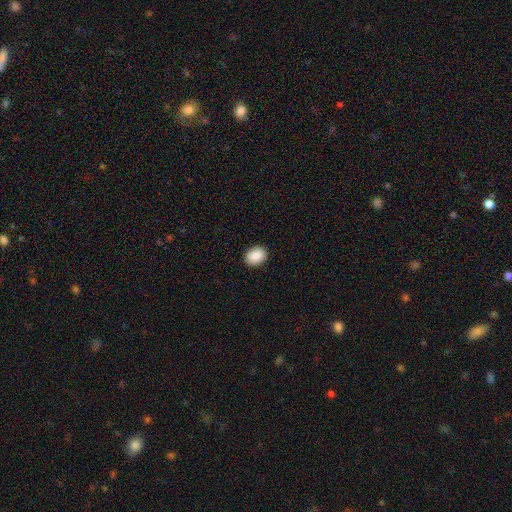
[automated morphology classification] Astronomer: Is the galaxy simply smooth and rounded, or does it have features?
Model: smooth — 89%.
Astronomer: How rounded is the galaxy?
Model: in between — 67%.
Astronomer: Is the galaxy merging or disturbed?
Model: none — 91%.